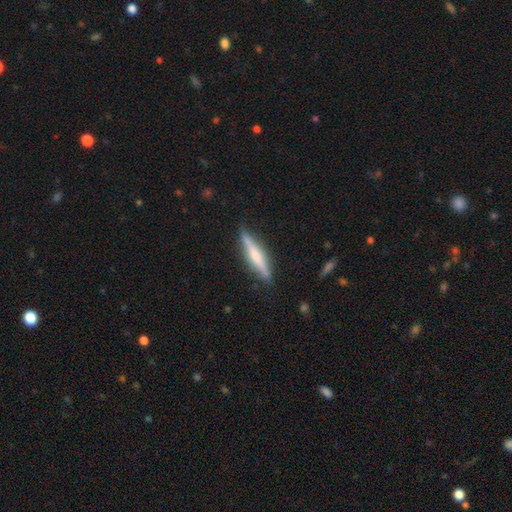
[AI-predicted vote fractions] smooth-or-featured: featured or disk: 54% | smooth: 40% | star or artifact: 6%
  disk-edge-on: yes: 96% | no: 4%
    edge-on-bulge: rounded: 51% | none: 29% | boxy: 20%
  merging: none: 87% | minor disturbance: 10% | major disturbance: 2% | merger: 1%